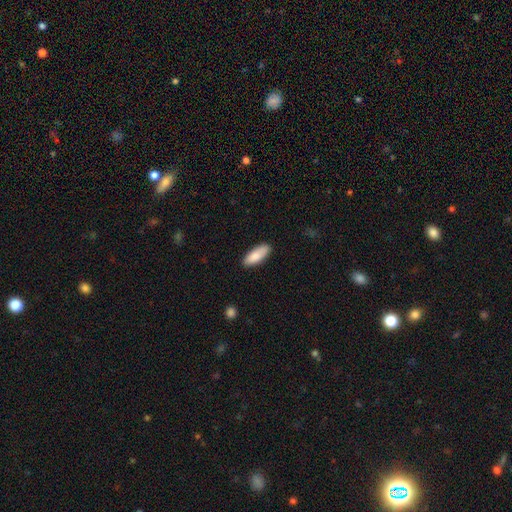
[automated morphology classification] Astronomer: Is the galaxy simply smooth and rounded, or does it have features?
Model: smooth — 86%.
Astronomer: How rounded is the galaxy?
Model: in between — 70%.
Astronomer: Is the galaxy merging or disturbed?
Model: none — 86%.